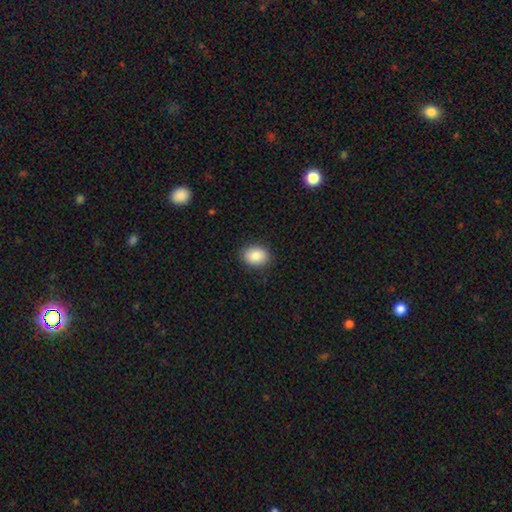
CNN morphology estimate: Smooth or featured: smooth — 87% (star or artifact — 8%)
How rounded: in between — 57% (round — 42%)
Merging: none — 89% (minor disturbance — 8%)